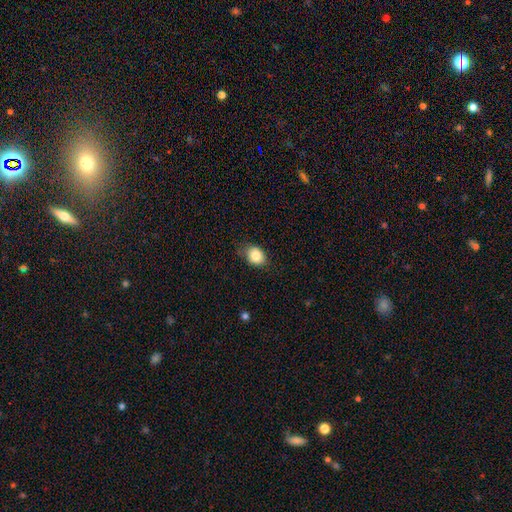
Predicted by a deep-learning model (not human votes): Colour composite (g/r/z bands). It shows a smooth galaxy with no disk features (84%) that is in between round and cigar-shaped (51%). Merging: none (73%).